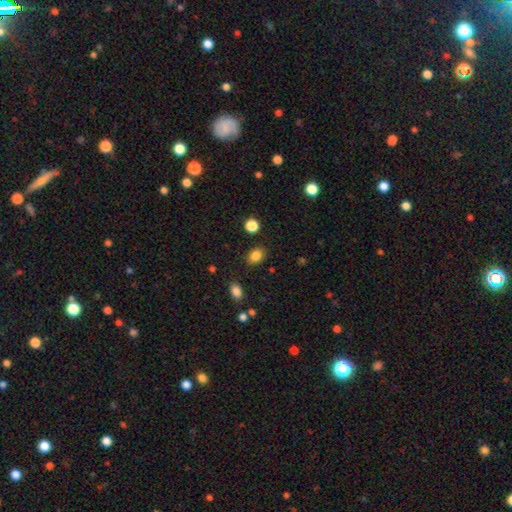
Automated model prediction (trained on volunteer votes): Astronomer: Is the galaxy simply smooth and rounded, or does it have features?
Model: smooth — 85%.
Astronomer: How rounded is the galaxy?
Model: in between — 64%.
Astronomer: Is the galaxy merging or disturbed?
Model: none — 85%.